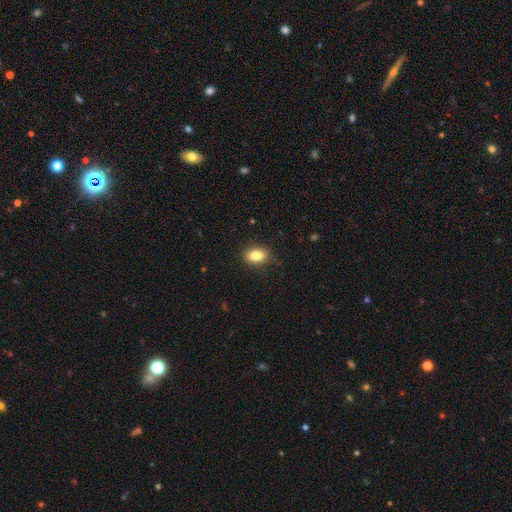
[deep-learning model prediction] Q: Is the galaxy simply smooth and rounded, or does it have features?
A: smooth — 83%.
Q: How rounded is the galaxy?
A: in between — 83%.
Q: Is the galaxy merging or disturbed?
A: none — 88%.